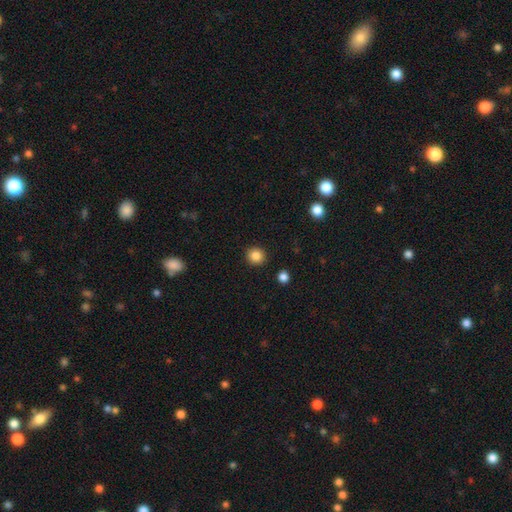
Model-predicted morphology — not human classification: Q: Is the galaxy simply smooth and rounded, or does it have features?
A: smooth — 86%.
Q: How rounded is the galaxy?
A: round — 91%.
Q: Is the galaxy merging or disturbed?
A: none — 92%.